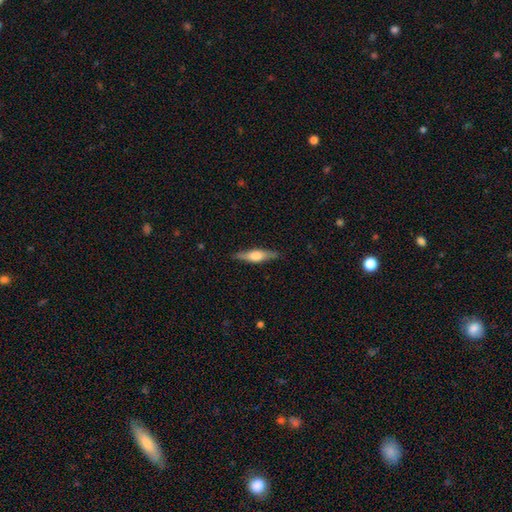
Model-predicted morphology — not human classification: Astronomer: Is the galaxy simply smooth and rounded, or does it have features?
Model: featured or disk — 58% (runner-up: smooth, 37%).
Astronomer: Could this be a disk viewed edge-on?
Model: yes — 95%.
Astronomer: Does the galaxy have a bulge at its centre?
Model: rounded — 84%.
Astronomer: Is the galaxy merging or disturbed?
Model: none — 87%.